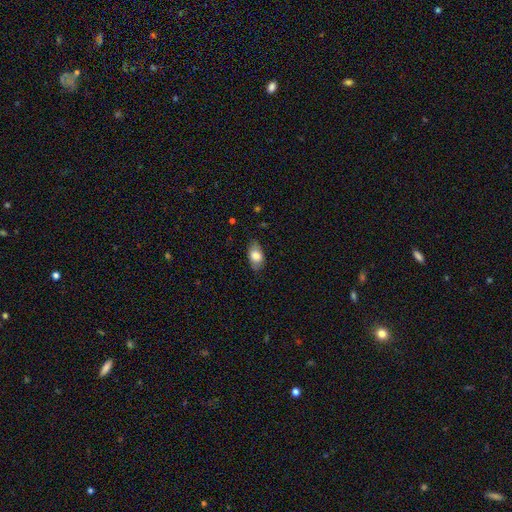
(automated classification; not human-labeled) A smooth galaxy with no disk features (78%) that is in between round and cigar-shaped (90%). Merging: none (79%).